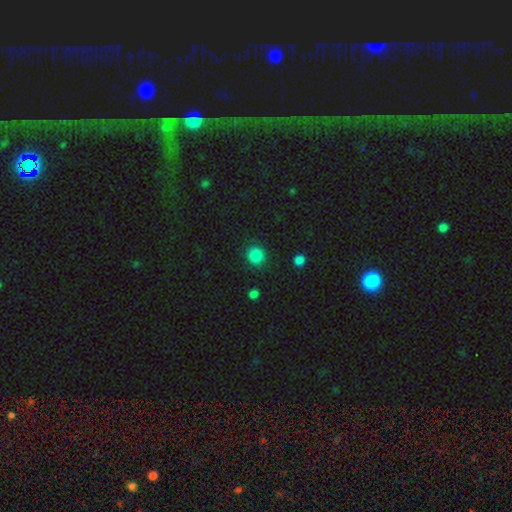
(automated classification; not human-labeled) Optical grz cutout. It shows a smooth galaxy with no disk features (86%) that is round (91%). Merging: none (90%).